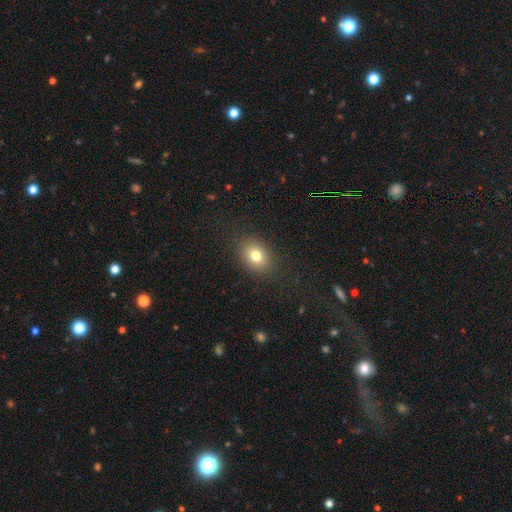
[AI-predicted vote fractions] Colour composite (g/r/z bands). It shows a smooth galaxy with no disk features (78%) that is in between round and cigar-shaped (60%). Merging: none (86%).